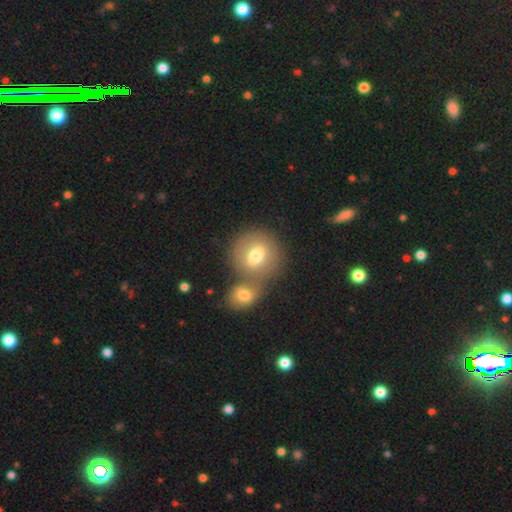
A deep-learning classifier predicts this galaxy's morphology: A smooth galaxy with no disk features (71%) that is round (81%).

Vote fractions:
- Smooth or featured? smooth: 71% / featured or disk: 21% / star or artifact: 9%
- How rounded? round: 81% / in between: 18% / cigar-shaped: 1%
- Merging? merger: 47% / none: 42% / minor disturbance: 8% / major disturbance: 3%